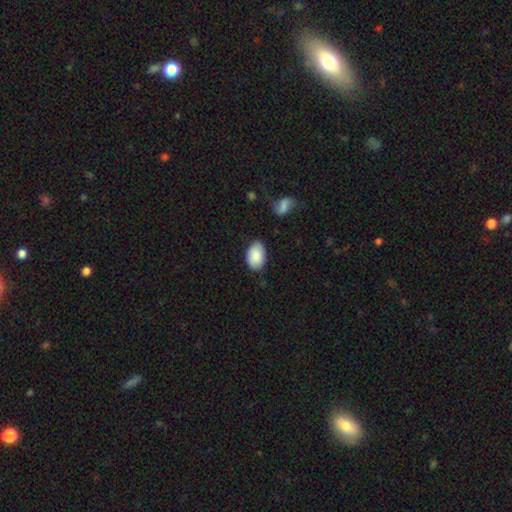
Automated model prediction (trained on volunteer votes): Morphology: type=smooth (87%); roundness=in between (90%); merging=none (79%).